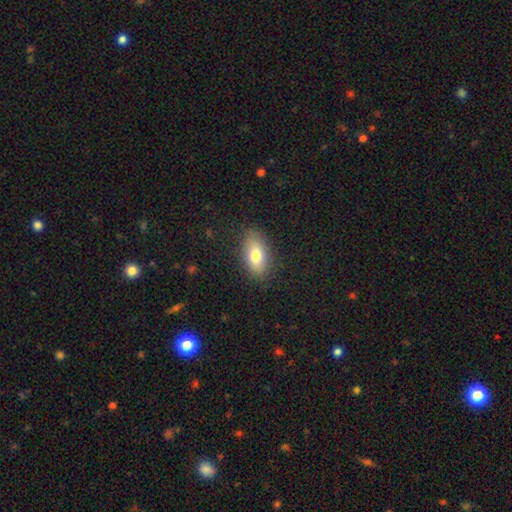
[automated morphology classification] This appears to be a smooth galaxy with no disk features (75%) that is in between round and cigar-shaped (87%). Merging: none (83%).